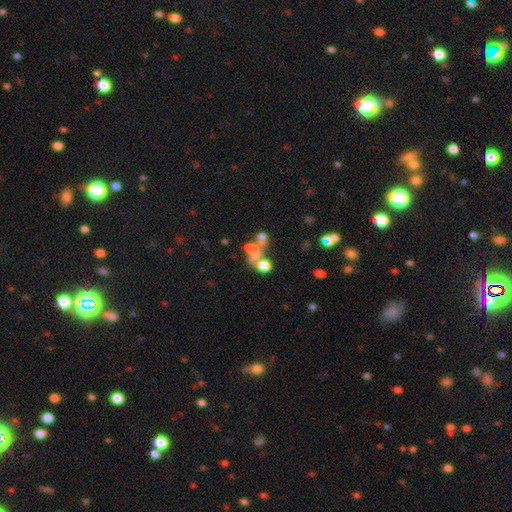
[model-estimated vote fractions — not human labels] The model was most divided on "smooth or featured": smooth: 47%, featured or disk: 28%, star or artifact: 25%. More confident: merging — merger (51%).